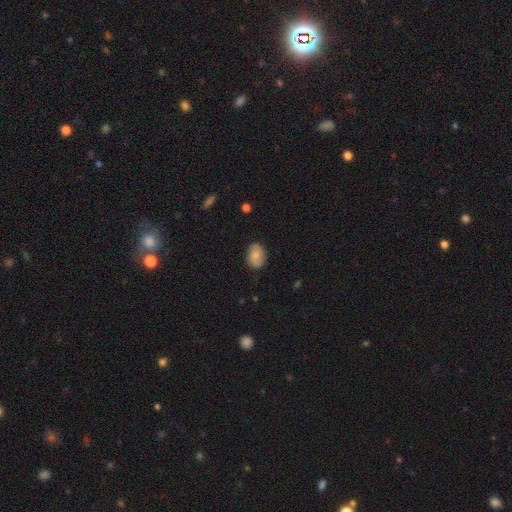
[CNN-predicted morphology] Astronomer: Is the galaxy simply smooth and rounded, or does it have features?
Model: smooth — 73%.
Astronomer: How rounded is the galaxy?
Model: in between — 66%.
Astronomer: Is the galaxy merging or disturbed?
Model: none — 81%.